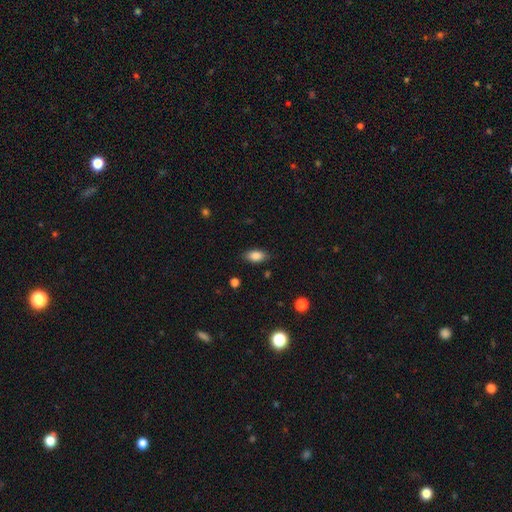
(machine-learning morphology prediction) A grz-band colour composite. It shows a smooth galaxy with no disk features (84%) that is in between round and cigar-shaped (89%). Merging: none (83%).